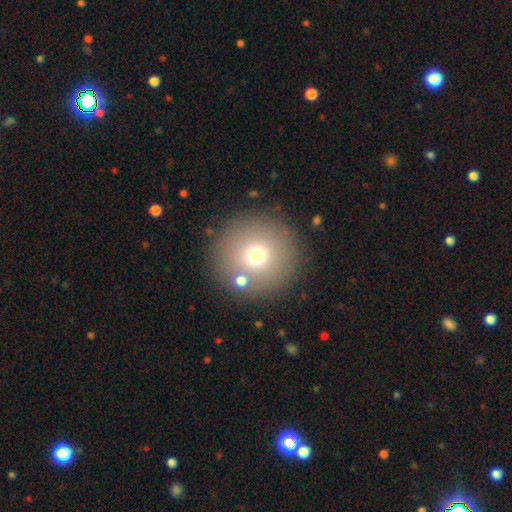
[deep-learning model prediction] smooth 70%, star or artifact 16%, featured or disk 14%. Down the decision tree: how rounded — round (96%); merging — none (85%).